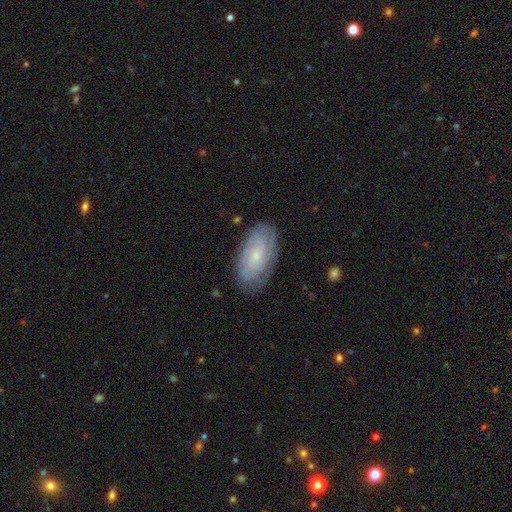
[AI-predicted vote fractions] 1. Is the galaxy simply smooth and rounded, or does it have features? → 49% featured or disk, 42% smooth, 8% star or artifact.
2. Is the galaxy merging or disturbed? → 79% none, 16% minor disturbance, 4% major disturbance, 1% merger.